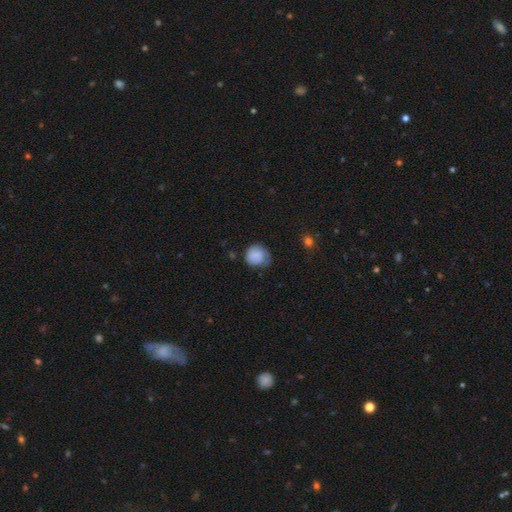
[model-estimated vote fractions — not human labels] smooth_or_featured: smooth (p=0.74) [alt: featured or disk p=0.19]
how_rounded: round (p=0.79) [alt: in between p=0.21]
merging: none (p=0.51) [alt: minor disturbance p=0.33]